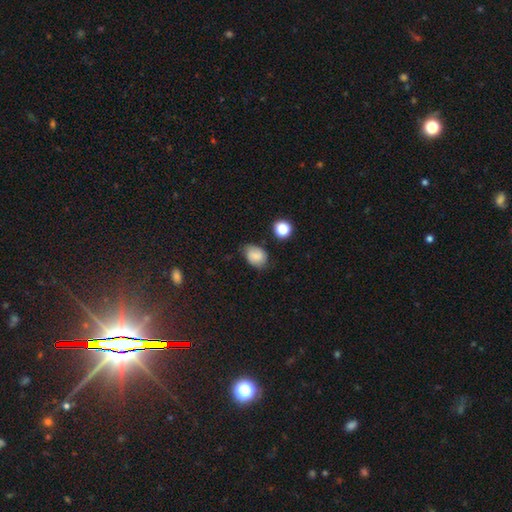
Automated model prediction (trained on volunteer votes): smooth-or-featured: smooth: 75% | featured or disk: 14% | star or artifact: 11%
  how-rounded: in between: 69% | round: 30% | cigar-shaped: 1%
  merging: none: 64% | minor disturbance: 28% | major disturbance: 6% | merger: 3%